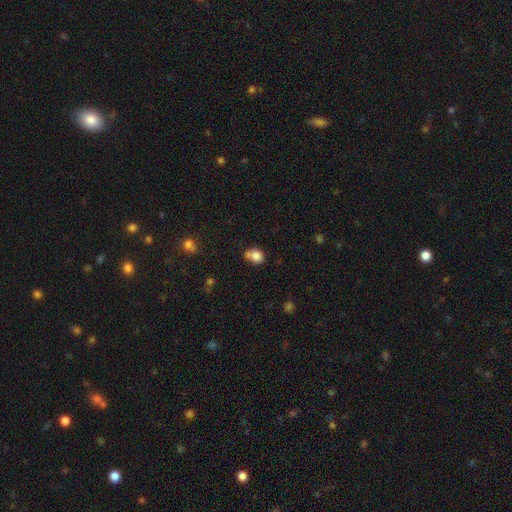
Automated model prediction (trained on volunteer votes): Smooth or featured? smooth (81%)
How rounded? round (55%)
Merging? none (43%)